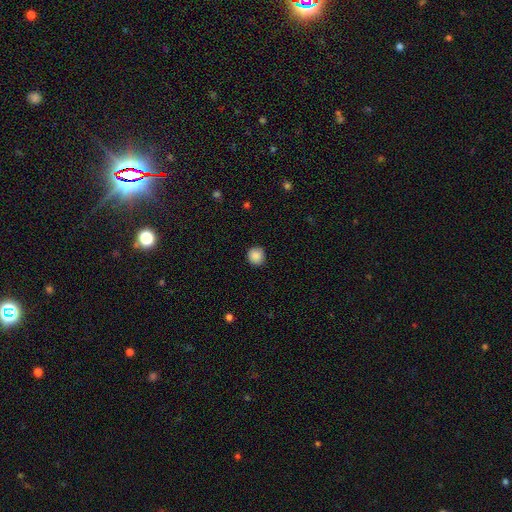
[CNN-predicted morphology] smooth-or-featured: smooth: 88% | star or artifact: 9% | featured or disk: 3%
  how-rounded: round: 92% | in between: 7% | cigar-shaped: 1%
  merging: none: 90% | minor disturbance: 7% | major disturbance: 2% | merger: 1%